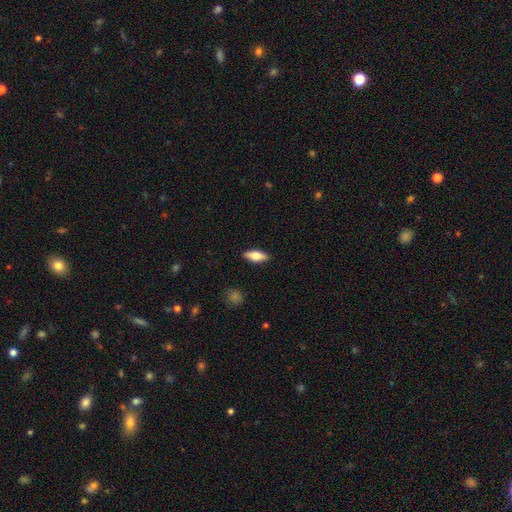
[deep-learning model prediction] Smooth or featured? Predicted: smooth (p=0.65). How rounded? Predicted: in between (p=0.71). Merging? Predicted: none (p=0.89).